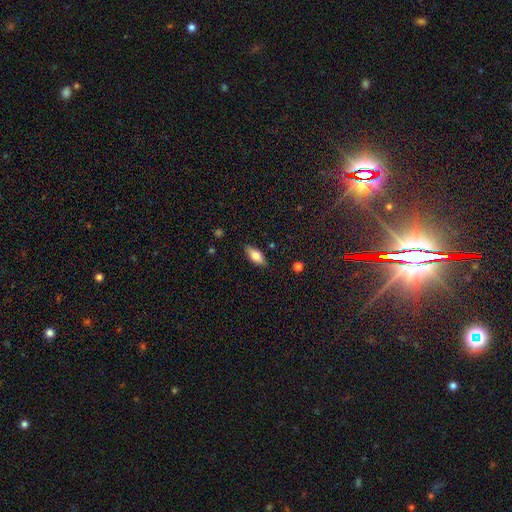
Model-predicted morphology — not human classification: smooth-or-featured: smooth: 68% | featured or disk: 25% | star or artifact: 7%
  how-rounded: in between: 78% | cigar-shaped: 19% | round: 3%
  merging: none: 86% | minor disturbance: 11% | major disturbance: 2% | merger: 1%